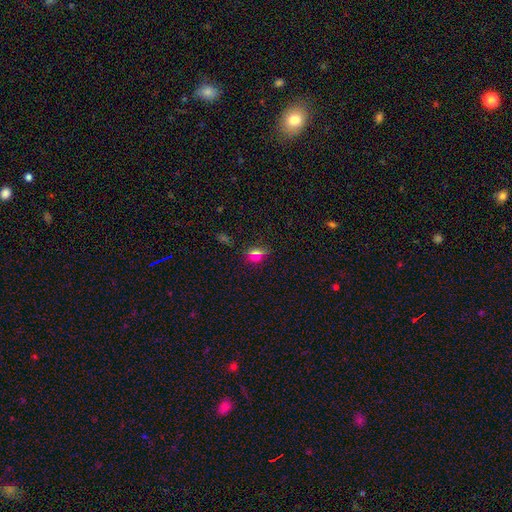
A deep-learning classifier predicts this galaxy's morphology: Smooth or featured: smooth — 54% (star or artifact — 35%)
How rounded: round — 59% (in between — 34%)
Merging: none — 82% (minor disturbance — 10%)